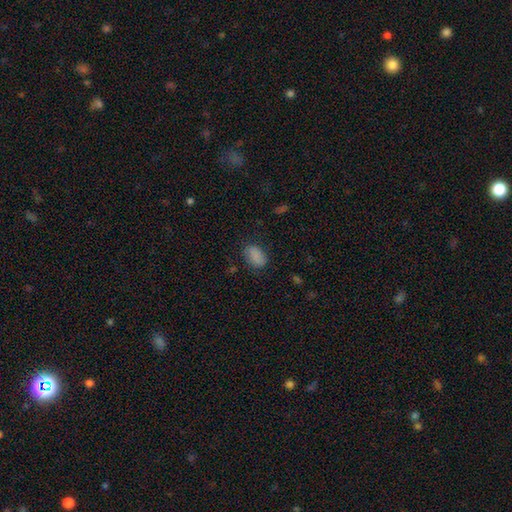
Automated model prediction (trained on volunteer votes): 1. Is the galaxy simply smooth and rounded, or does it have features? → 85% smooth, 9% star or artifact, 6% featured or disk.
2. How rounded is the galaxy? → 88% in between, 11% round, 1% cigar-shaped.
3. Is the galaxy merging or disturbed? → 79% none, 16% minor disturbance, 4% major disturbance, 1% merger.